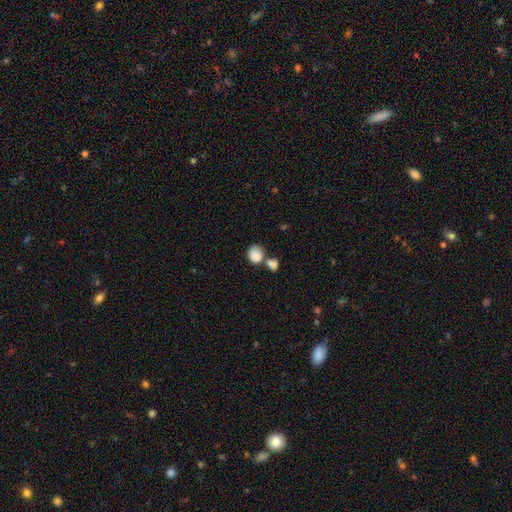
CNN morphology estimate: type=smooth (85%); roundness=round (63%); merging=merger (45%).